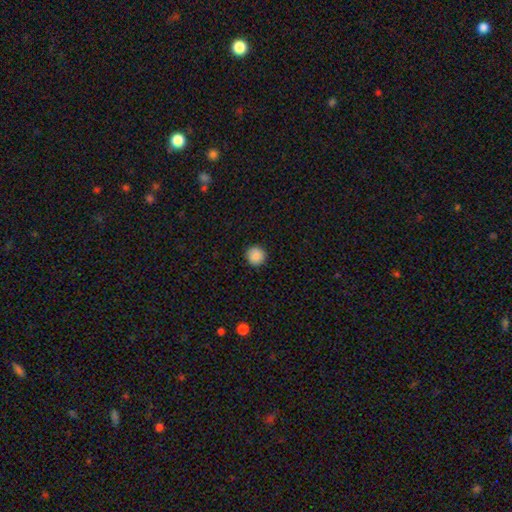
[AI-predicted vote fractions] A smooth galaxy with no disk features (89%) that is round (95%).

Vote fractions:
- Smooth or featured? smooth: 89% / star or artifact: 8% / featured or disk: 3%
- How rounded? round: 95% / in between: 4% / cigar-shaped: 1%
- Merging? none: 92% / minor disturbance: 5% / major disturbance: 2% / merger: 1%